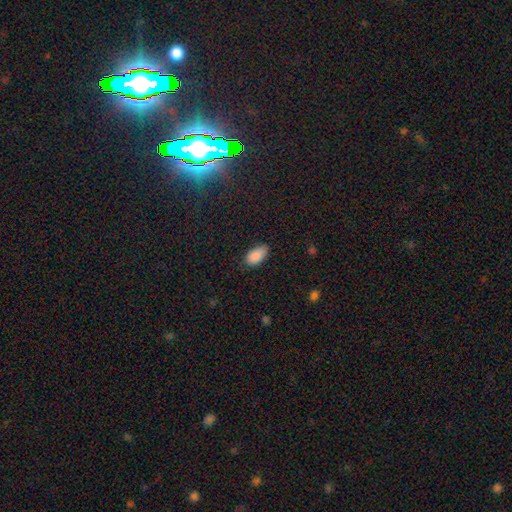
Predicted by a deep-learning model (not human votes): Smooth or featured?
  - smooth: 88% *
  - star or artifact: 7%
  - featured or disk: 4%
How rounded?
  - in between: 94% *
  - round: 3%
  - cigar-shaped: 2%
Merging?
  - none: 73% *
  - minor disturbance: 23%
  - major disturbance: 4%
  - merger: 1%